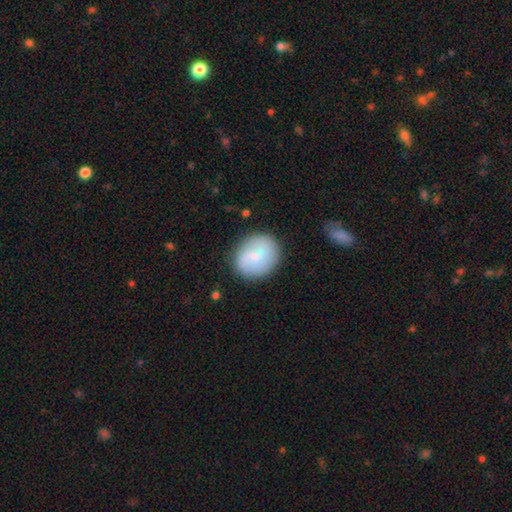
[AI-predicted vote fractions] The model was most divided on "smooth or featured": smooth: 66%, featured or disk: 27%, star or artifact: 7%. More confident: merging — none (81%); how rounded — round (72%).